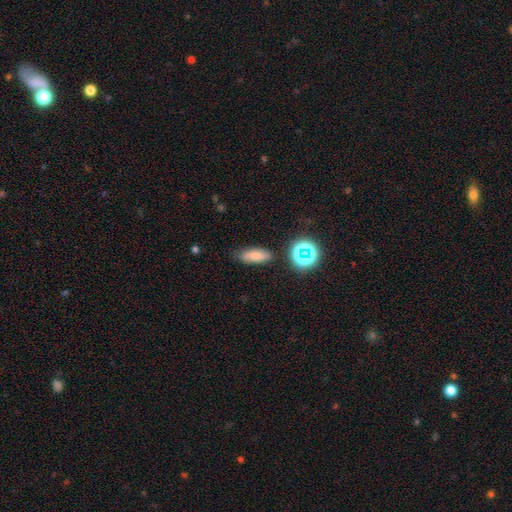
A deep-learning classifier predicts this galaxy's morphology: Smooth or featured: smooth — 73% (star or artifact — 14%)
How rounded: in between — 68% (cigar-shaped — 26%)
Merging: none — 79% (minor disturbance — 14%)